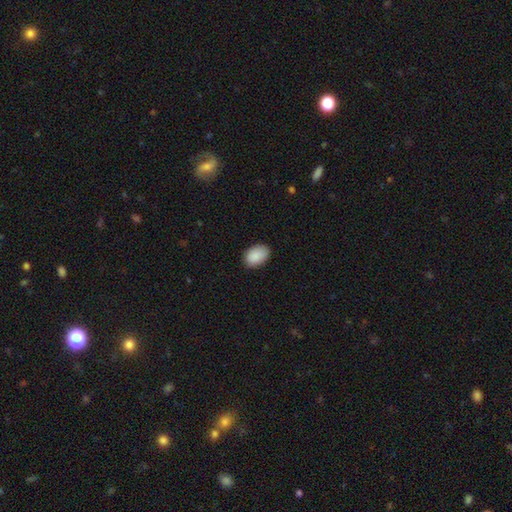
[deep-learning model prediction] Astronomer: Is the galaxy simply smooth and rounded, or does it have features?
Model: smooth — 90%.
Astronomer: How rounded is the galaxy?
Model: in between — 88%.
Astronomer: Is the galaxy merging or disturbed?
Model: none — 85%.